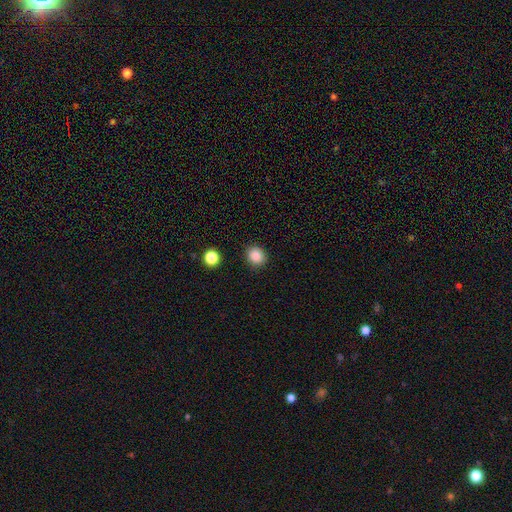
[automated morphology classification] Smooth or featured? Predicted: smooth (p=0.87). How rounded? Predicted: round (p=0.78). Merging? Predicted: none (p=0.89).